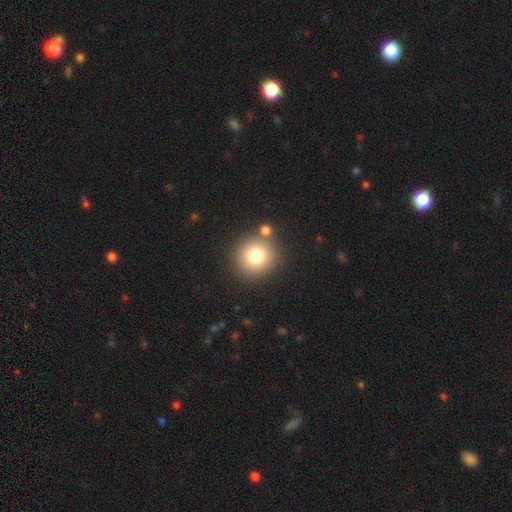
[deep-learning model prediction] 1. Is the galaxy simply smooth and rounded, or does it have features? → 78% smooth, 12% star or artifact, 10% featured or disk.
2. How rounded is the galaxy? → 94% round, 6% in between, 1% cigar-shaped.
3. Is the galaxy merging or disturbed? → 81% none, 9% merger, 7% minor disturbance, 3% major disturbance.